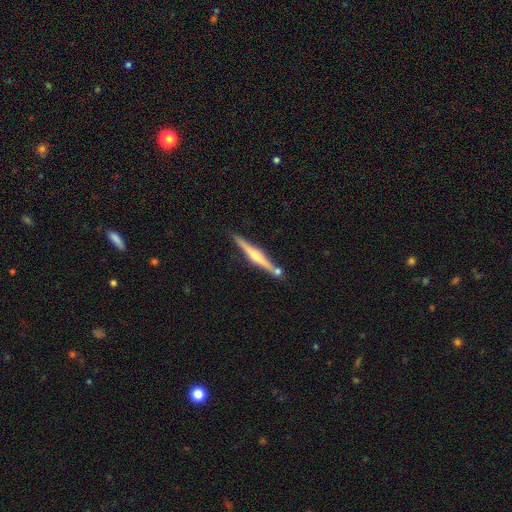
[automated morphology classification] Q: Smooth or featured?
A: featured or disk (70%); runner-up: smooth (25%)
Q: Edge-on disk?
A: yes (98%); runner-up: no (2%)
Q: Edge-on bulge?
A: rounded (72%); runner-up: none (15%)
Q: Merging?
A: none (76%); runner-up: merger (11%)